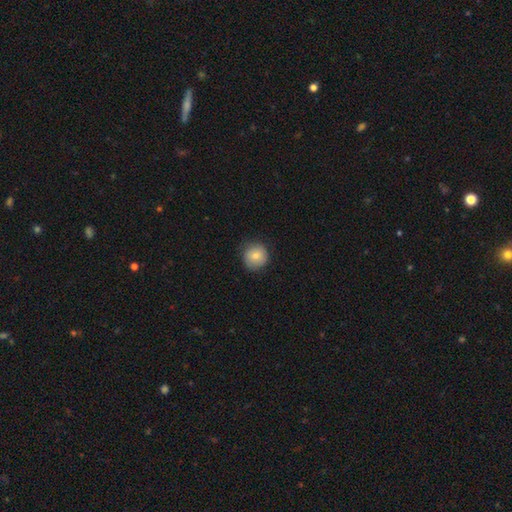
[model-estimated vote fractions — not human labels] This is likely a smooth galaxy (78%). How rounded: clearly round (92%). Merging: clearly none (81%).